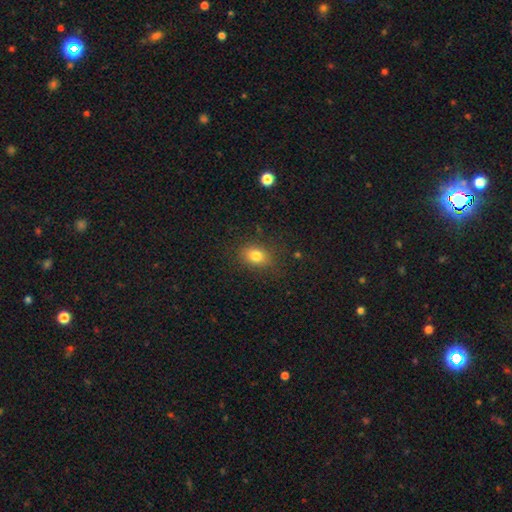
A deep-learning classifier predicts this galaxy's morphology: Smooth or featured? Predicted: smooth (p=0.80). How rounded? Predicted: in between (p=0.67). Merging? Predicted: none (p=0.80).